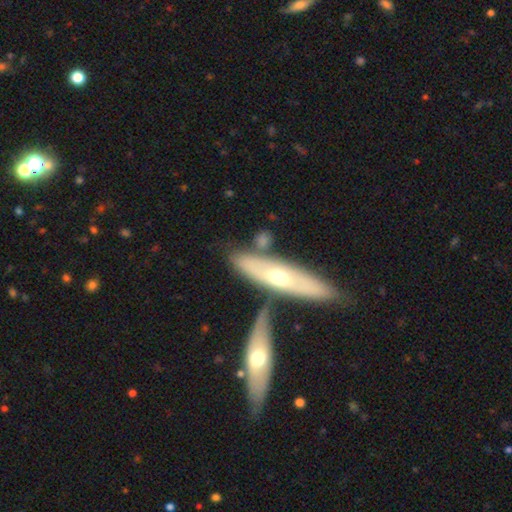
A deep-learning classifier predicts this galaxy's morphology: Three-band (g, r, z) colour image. It shows a featured or disk galaxy (63%) viewed edge-on (59%). Merging: none (63%).